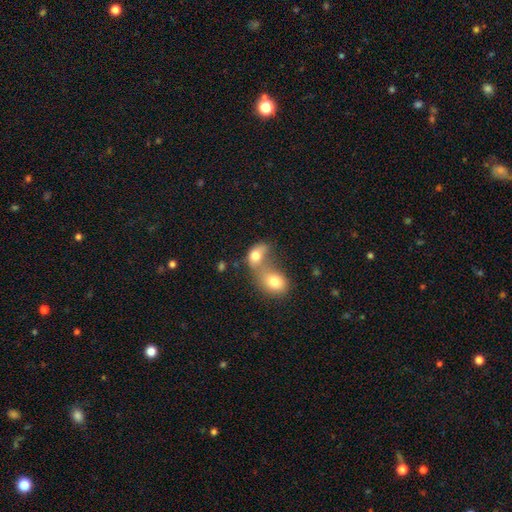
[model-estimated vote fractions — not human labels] Smooth or featured?
  - smooth: 76% *
  - featured or disk: 15%
  - star or artifact: 8%
How rounded?
  - in between: 70% *
  - round: 28%
  - cigar-shaped: 2%
Merging?
  - merger: 73% *
  - none: 14%
  - major disturbance: 7%
  - minor disturbance: 6%